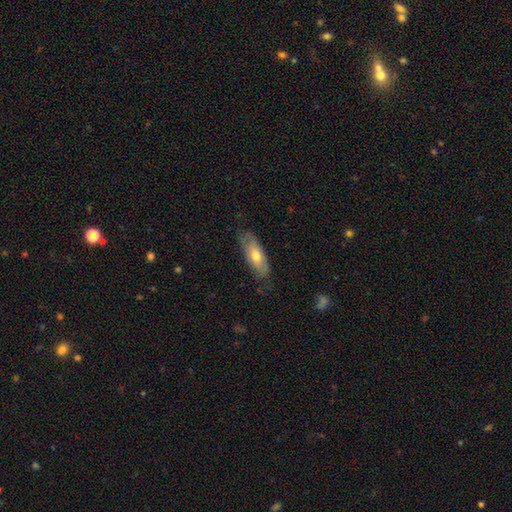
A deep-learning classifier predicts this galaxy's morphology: smooth-or-featured: smooth: 61% | featured or disk: 33% | star or artifact: 6%
  how-rounded: in between: 72% | cigar-shaped: 26% | round: 3%
  merging: none: 73% | minor disturbance: 21% | major disturbance: 4% | merger: 1%